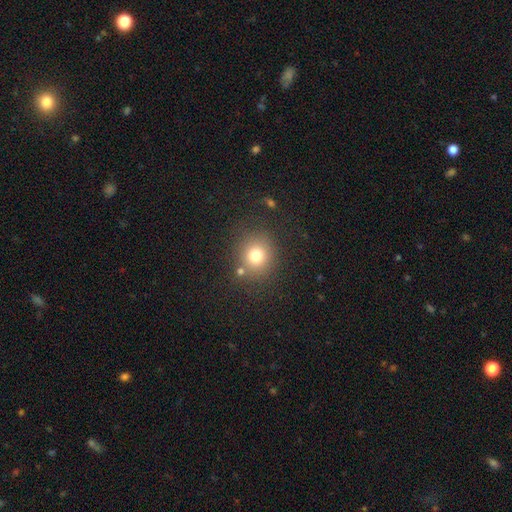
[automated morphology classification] Smooth or featured: smooth — 76% (star or artifact — 14%)
How rounded: round — 85% (in between — 14%)
Merging: none — 78% (minor disturbance — 10%)